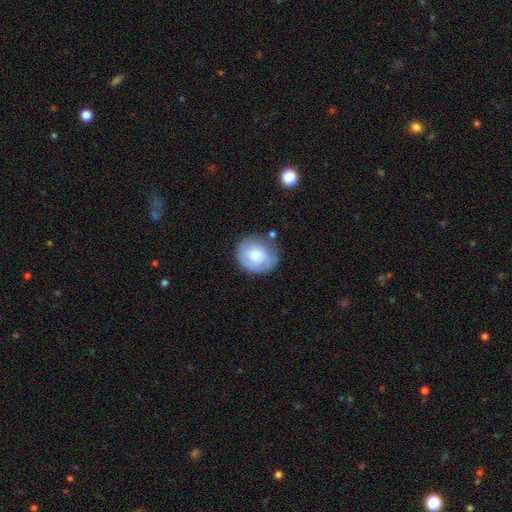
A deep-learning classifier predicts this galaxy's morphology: smooth_or_featured: smooth (p=0.70) [alt: featured or disk p=0.23]
how_rounded: round (p=0.74) [alt: in between p=0.25]
merging: none (p=0.68) [alt: minor disturbance p=0.21]